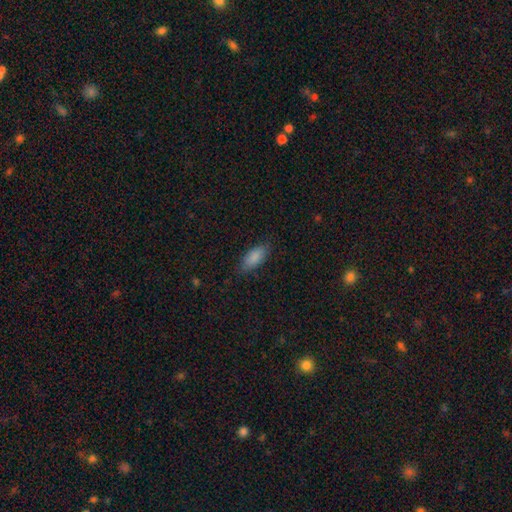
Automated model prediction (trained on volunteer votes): smooth 85%, featured or disk 7%, star or artifact 7%. Down the decision tree: how rounded — in between (81%); merging — none (79%).